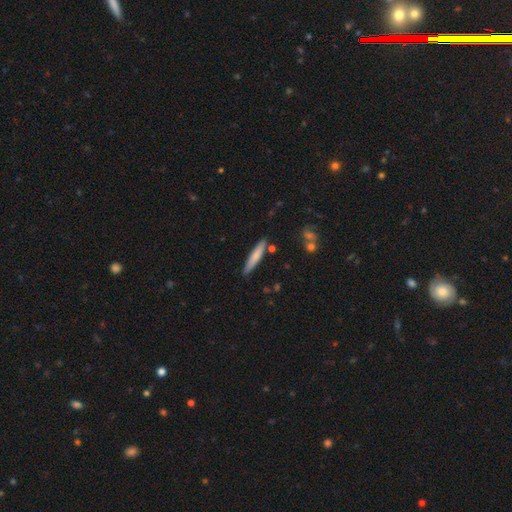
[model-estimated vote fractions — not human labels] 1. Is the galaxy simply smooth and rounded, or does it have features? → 71% smooth, 23% featured or disk, 6% star or artifact.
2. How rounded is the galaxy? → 91% cigar-shaped, 8% in between, 1% round.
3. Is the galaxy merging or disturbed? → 85% none, 10% minor disturbance, 3% merger, 2% major disturbance.